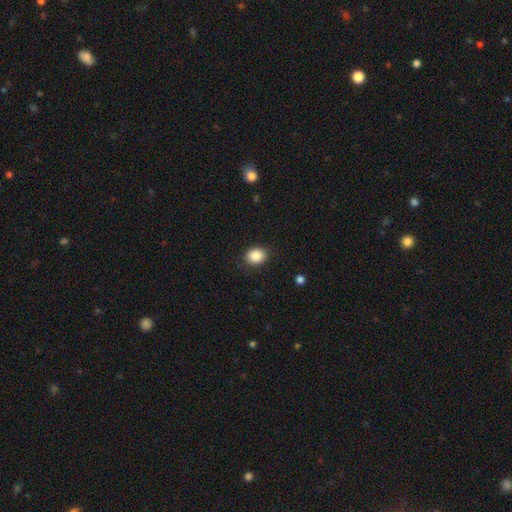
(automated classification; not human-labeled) Overall: smooth (87%). How rounded: round (57%; in between 42%). Merging: none (86%).